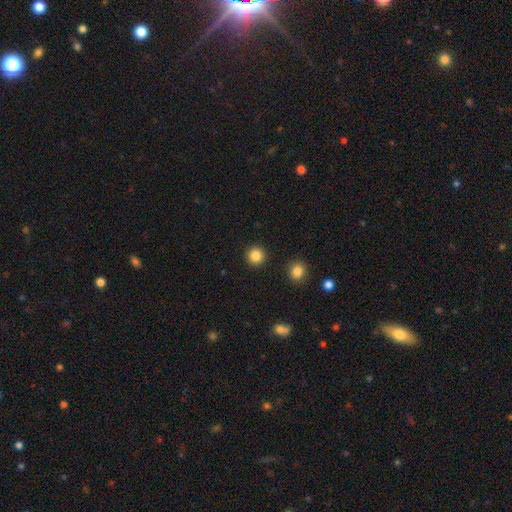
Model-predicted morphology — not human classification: smooth-or-featured: smooth: 85% | star or artifact: 11% | featured or disk: 4%
  how-rounded: round: 95% | in between: 4% | cigar-shaped: 1%
  merging: none: 92% | minor disturbance: 4% | major disturbance: 2% | merger: 2%